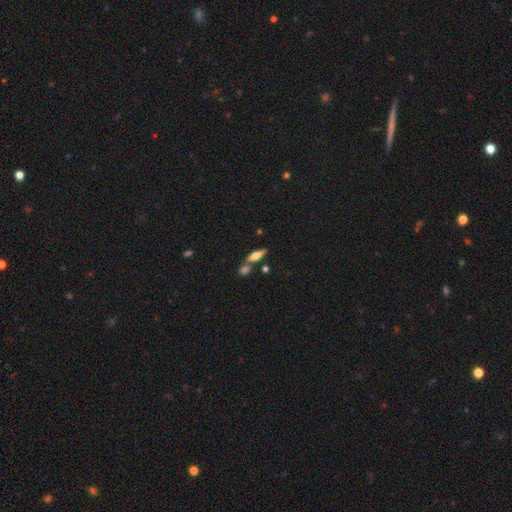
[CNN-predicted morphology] This appears to be a smooth galaxy with no disk features (49%). Merging: none (66%).